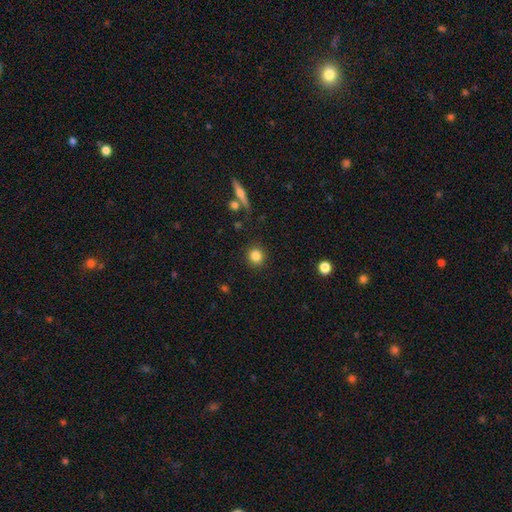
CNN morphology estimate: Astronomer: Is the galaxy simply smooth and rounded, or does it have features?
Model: smooth — 84%.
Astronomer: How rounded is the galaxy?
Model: round — 89%.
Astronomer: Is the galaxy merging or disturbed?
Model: none — 89%.